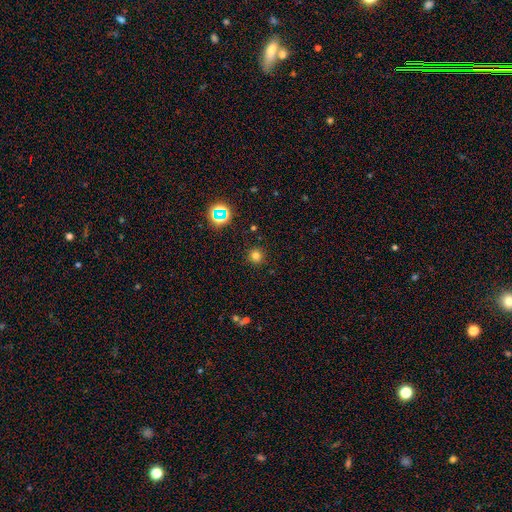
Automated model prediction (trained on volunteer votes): Q: Smooth or featured?
A: smooth (74%); runner-up: star or artifact (20%)
Q: How rounded?
A: round (95%); runner-up: in between (4%)
Q: Merging?
A: none (90%); runner-up: minor disturbance (6%)